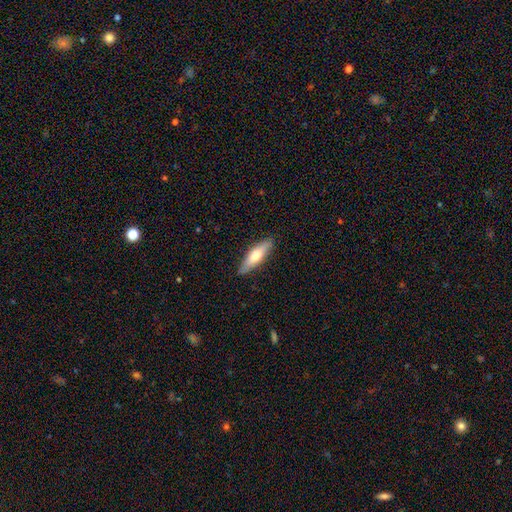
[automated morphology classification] Smooth or featured: smooth — 62% (featured or disk — 33%)
How rounded: cigar-shaped — 64% (in between — 35%)
Merging: none — 87% (minor disturbance — 10%)